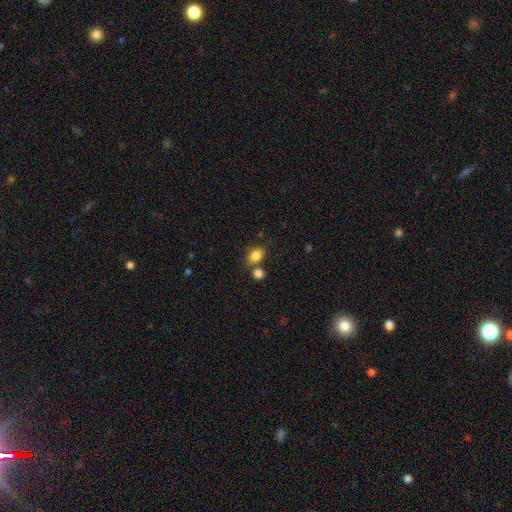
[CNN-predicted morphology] Smooth or featured? Predicted: smooth (p=0.84). How rounded? Predicted: in between (p=0.71). Merging? Predicted: none (p=0.63).